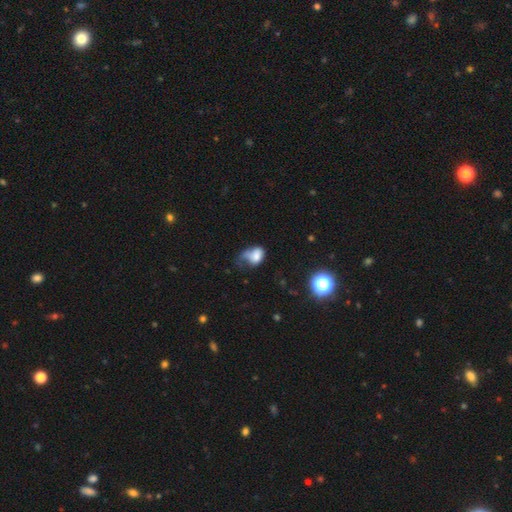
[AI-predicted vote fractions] A smooth galaxy with no disk features (70%) that is in between round and cigar-shaped (71%). Merging: major disturbance (40%).